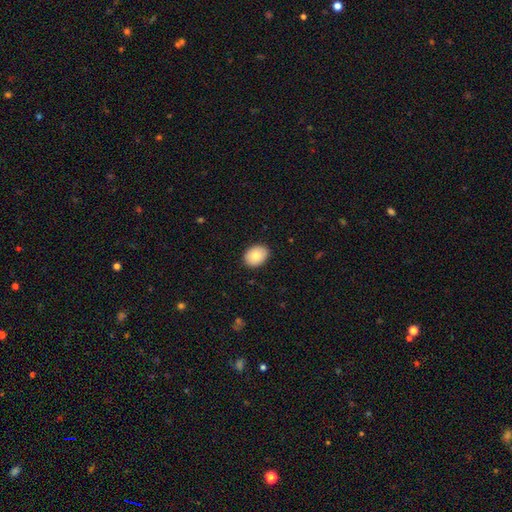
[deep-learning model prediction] Smooth or featured? smooth (81%)
How rounded? in between (73%)
Merging? none (89%)